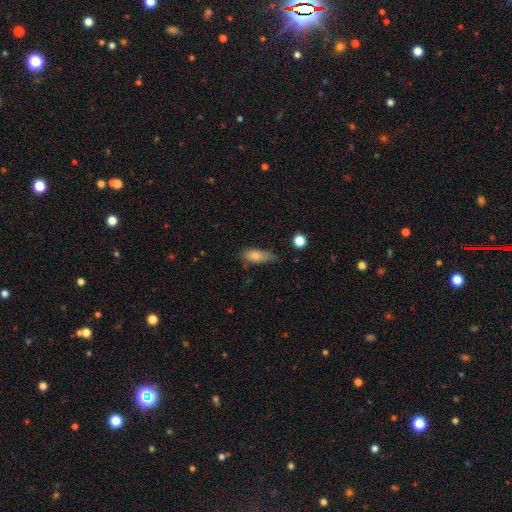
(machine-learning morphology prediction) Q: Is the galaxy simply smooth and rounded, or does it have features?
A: smooth — 79%.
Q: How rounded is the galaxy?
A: in between — 79%.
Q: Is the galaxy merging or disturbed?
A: none — 49%.